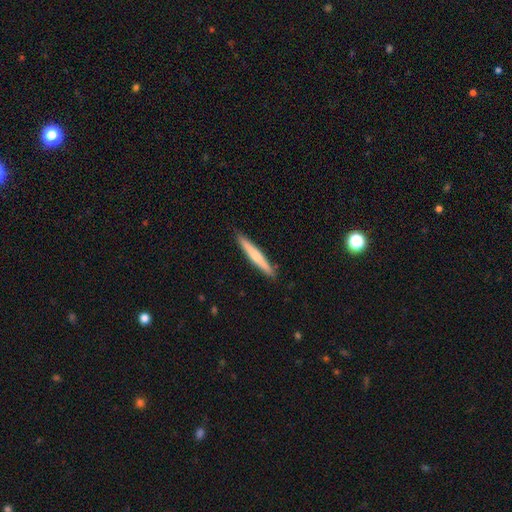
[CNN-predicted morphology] Q: Smooth or featured?
A: smooth (55%); runner-up: featured or disk (39%)
Q: How rounded?
A: cigar-shaped (96%); runner-up: in between (3%)
Q: Merging?
A: none (91%); runner-up: minor disturbance (7%)